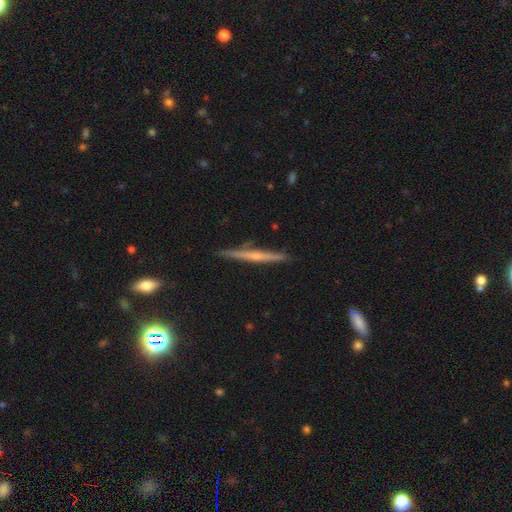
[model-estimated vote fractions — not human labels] smooth-or-featured: featured or disk: 64% | smooth: 29% | star or artifact: 7%
  disk-edge-on: yes: 98% | no: 2%
    edge-on-bulge: none: 52% | rounded: 41% | boxy: 7%
  merging: none: 89% | minor disturbance: 8% | merger: 2% | major disturbance: 2%